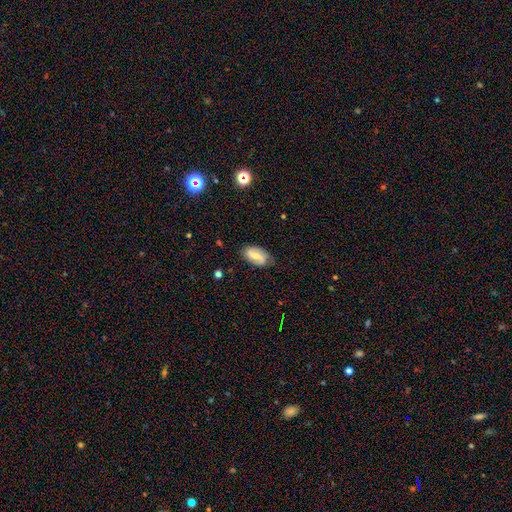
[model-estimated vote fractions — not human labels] This is possibly a featured or disk galaxy (53%). It is clearly not viewed edge-on (94%). Merging: likely none (76%).